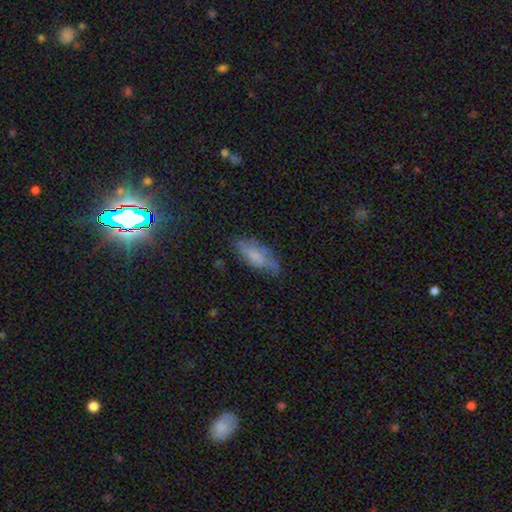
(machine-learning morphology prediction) Smooth or featured? smooth (56%)
How rounded? in between (66%)
Merging? none (54%)